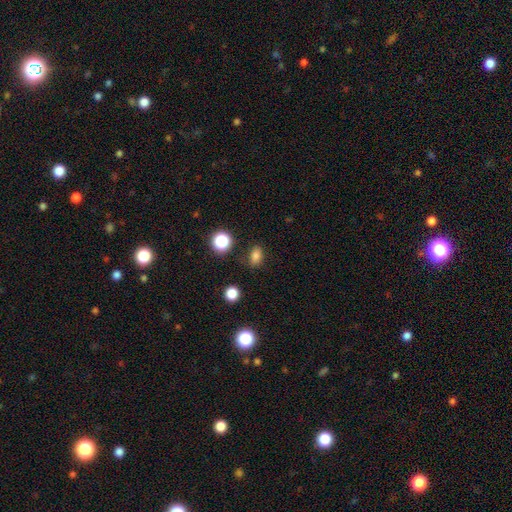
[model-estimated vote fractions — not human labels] This is likely a smooth galaxy (79%). How rounded: likely in between (75%). Merging: clearly none (82%).